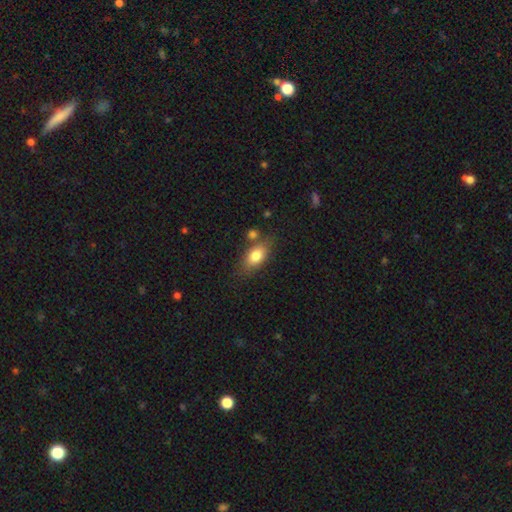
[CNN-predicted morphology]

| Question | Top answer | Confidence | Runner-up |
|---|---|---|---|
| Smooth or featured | smooth | 80% | featured or disk (13%) |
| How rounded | in between | 84% | round (9%) |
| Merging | none | 67% | minor disturbance (16%) |